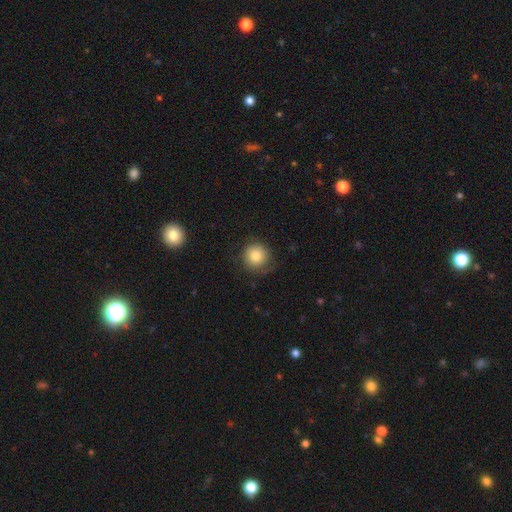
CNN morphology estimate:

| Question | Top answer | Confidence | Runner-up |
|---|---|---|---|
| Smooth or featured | smooth | 81% | featured or disk (10%) |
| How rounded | round | 94% | in between (5%) |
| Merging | none | 77% | minor disturbance (16%) |